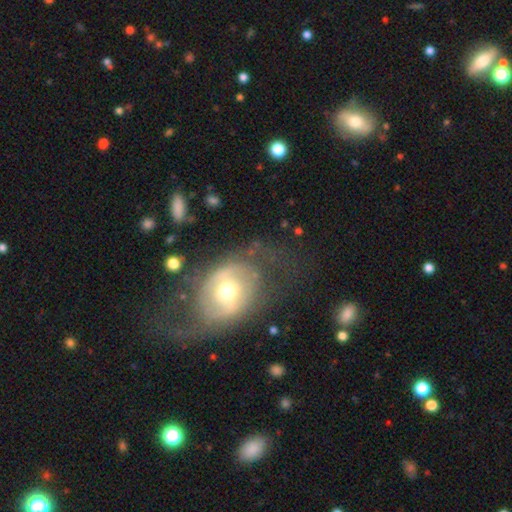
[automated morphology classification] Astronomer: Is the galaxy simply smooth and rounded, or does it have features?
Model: featured or disk — 72%.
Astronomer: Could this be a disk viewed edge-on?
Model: no — 95%.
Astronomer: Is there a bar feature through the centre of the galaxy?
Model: no — 48% (runner-up: weak, 35%).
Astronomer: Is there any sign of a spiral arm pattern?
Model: yes — 72%.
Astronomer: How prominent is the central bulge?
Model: moderate — 69%.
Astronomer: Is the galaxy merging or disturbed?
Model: none — 55%.